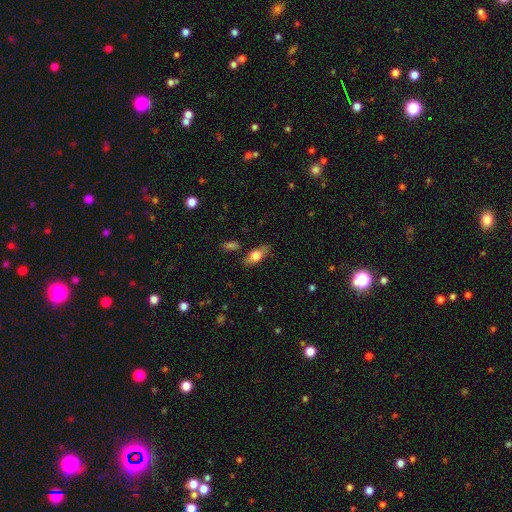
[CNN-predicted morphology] Smooth or featured: smooth — 68% (featured or disk — 25%)
How rounded: in between — 78% (cigar-shaped — 18%)
Merging: none — 80% (minor disturbance — 14%)